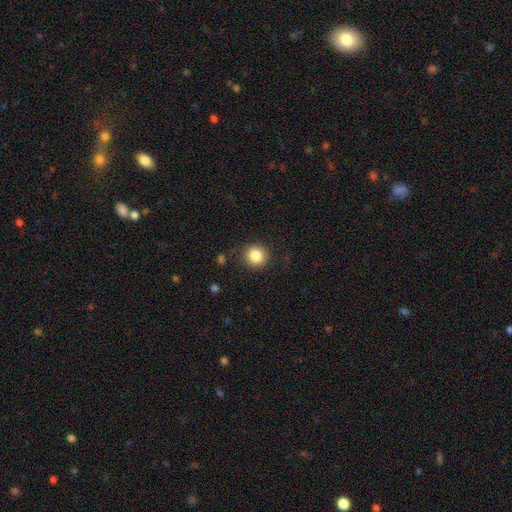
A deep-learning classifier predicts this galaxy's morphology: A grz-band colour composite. It shows a smooth galaxy with no disk features (85%) that is round (92%). Merging: none (90%).